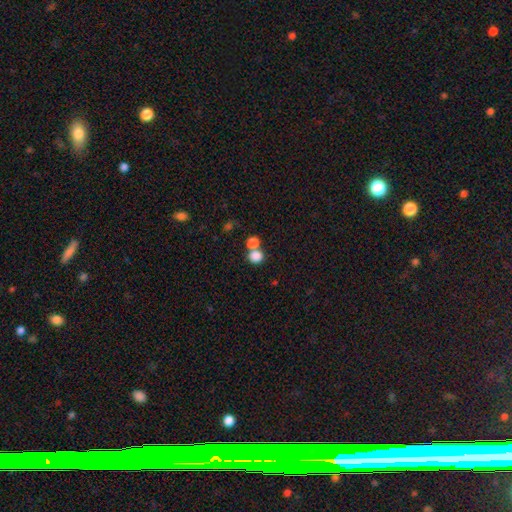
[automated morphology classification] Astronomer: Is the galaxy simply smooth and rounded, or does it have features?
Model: smooth — 82%.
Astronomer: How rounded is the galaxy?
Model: round — 79%.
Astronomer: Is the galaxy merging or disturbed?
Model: none — 50% (runner-up: merger, 38%).